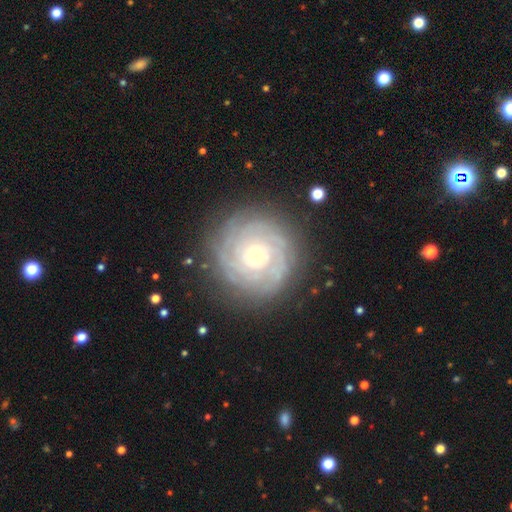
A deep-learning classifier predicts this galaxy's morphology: Q: Smooth or featured?
A: featured or disk (81%); runner-up: smooth (12%)
Q: Edge-on disk?
A: no (97%); runner-up: yes (3%)
Q: Bar?
A: no (83%); runner-up: weak (13%)
Q: Spiral arms?
A: yes (93%); runner-up: no (7%)
Q: Spiral winding?
A: tight (84%); runner-up: medium (13%)
Q: Spiral arm count?
A: can't tell (40%); runner-up: 4 (15%)
Q: Bulge size?
A: small (64%); runner-up: moderate (32%)
Q: Merging?
A: none (83%); runner-up: minor disturbance (11%)